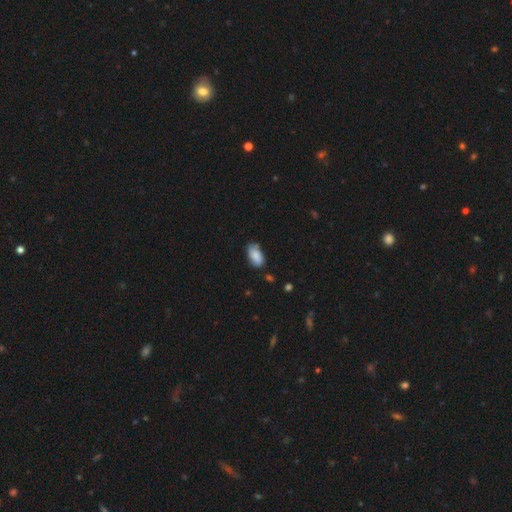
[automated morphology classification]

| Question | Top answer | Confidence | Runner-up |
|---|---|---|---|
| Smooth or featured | smooth | 86% | featured or disk (7%) |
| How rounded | in between | 94% | cigar-shaped (3%) |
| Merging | none | 72% | minor disturbance (22%) |